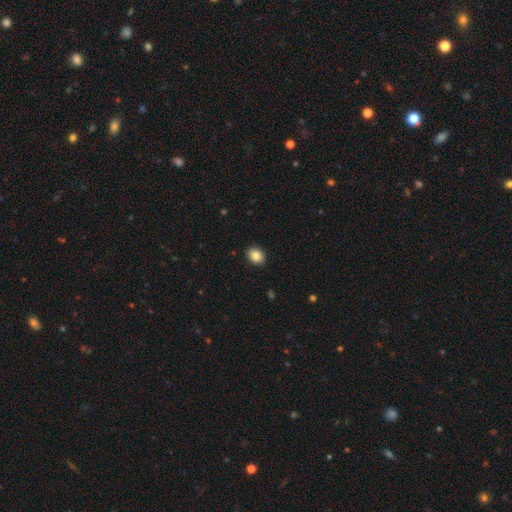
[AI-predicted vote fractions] Smooth or featured?
  - smooth: 86% *
  - star or artifact: 8%
  - featured or disk: 6%
How rounded?
  - in between: 56% *
  - round: 43%
  - cigar-shaped: 1%
Merging?
  - none: 89% *
  - minor disturbance: 8%
  - major disturbance: 2%
  - merger: 1%